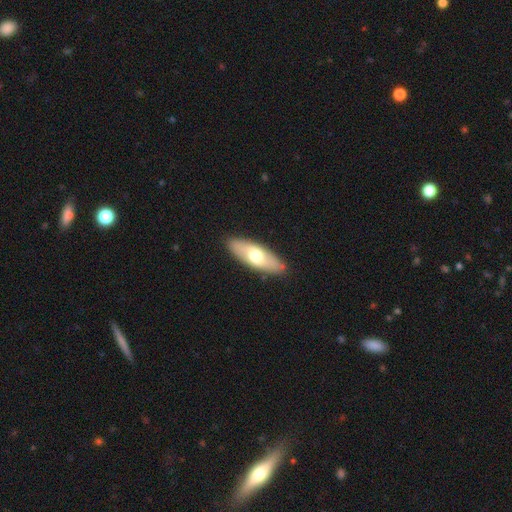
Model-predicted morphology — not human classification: Smooth or featured? Predicted: smooth (p=0.61). How rounded? Predicted: in between (p=0.66). Merging? Predicted: none (p=0.87).